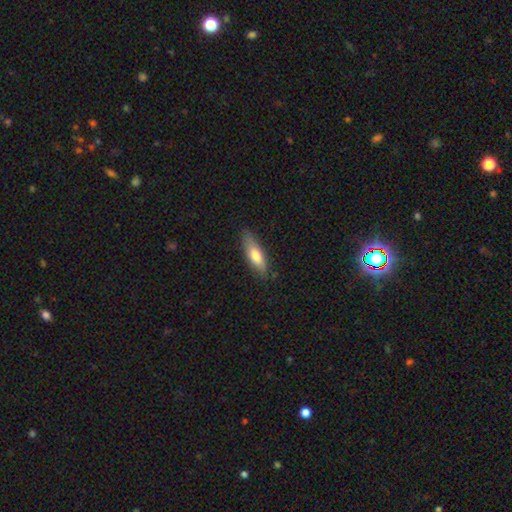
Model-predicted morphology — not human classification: This is likely a smooth galaxy (74%). How rounded: possibly in between (54%). Merging: likely none (79%).